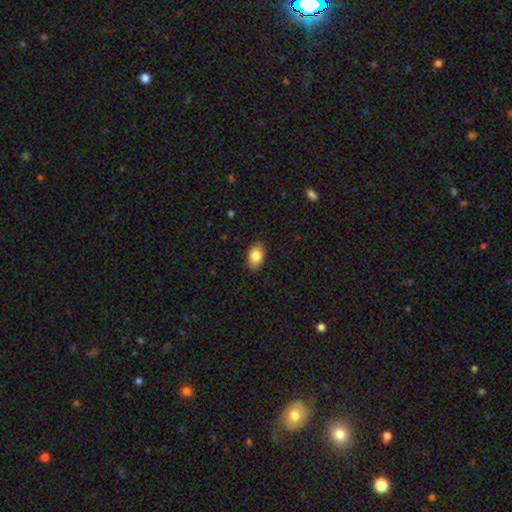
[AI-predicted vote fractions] This is clearly a smooth galaxy (85%). How rounded: clearly in between (86%). Merging: clearly none (85%).